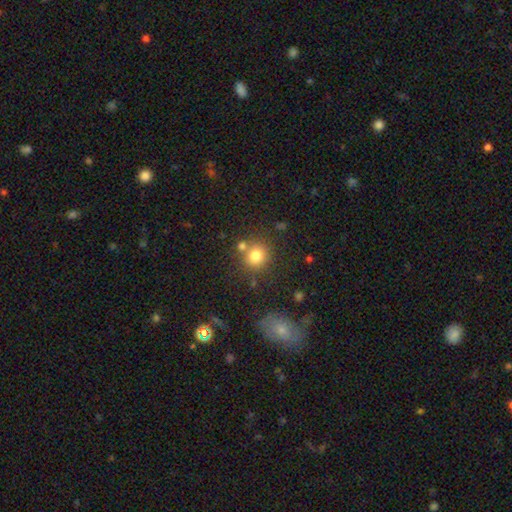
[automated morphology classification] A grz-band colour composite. It shows a smooth galaxy with no disk features (79%) that is round (88%). Merging: none (71%).